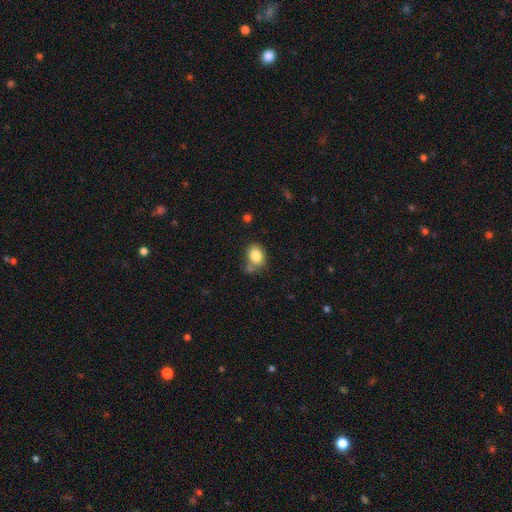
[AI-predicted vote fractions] smooth-or-featured: smooth: 82% | star or artifact: 9% | featured or disk: 8%
  how-rounded: in between: 57% | round: 42% | cigar-shaped: 1%
  merging: none: 58% | minor disturbance: 20% | merger: 15% | major disturbance: 7%